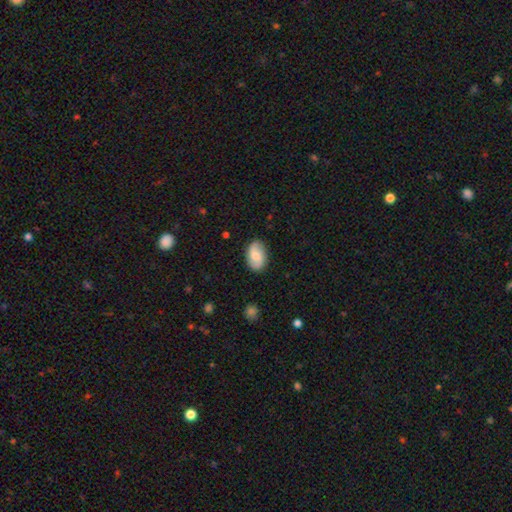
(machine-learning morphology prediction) This is possibly a smooth galaxy (58%). How rounded: clearly in between (89%). Merging: clearly none (84%).